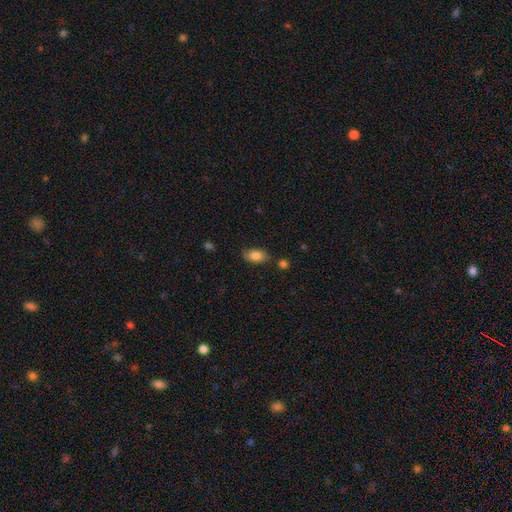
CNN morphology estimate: Smooth or featured: smooth — 84% (featured or disk — 9%)
How rounded: in between — 90% (round — 6%)
Merging: none — 77% (minor disturbance — 15%)